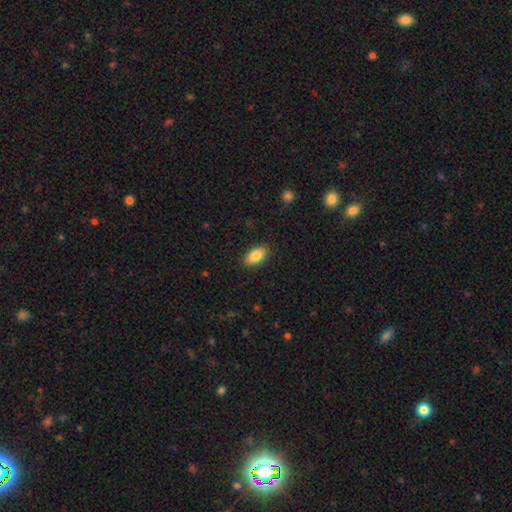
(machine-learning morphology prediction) Smooth or featured?
  - smooth: 84% *
  - featured or disk: 9%
  - star or artifact: 7%
How rounded?
  - in between: 92% *
  - round: 4%
  - cigar-shaped: 4%
Merging?
  - none: 88% *
  - minor disturbance: 9%
  - major disturbance: 2%
  - merger: 1%